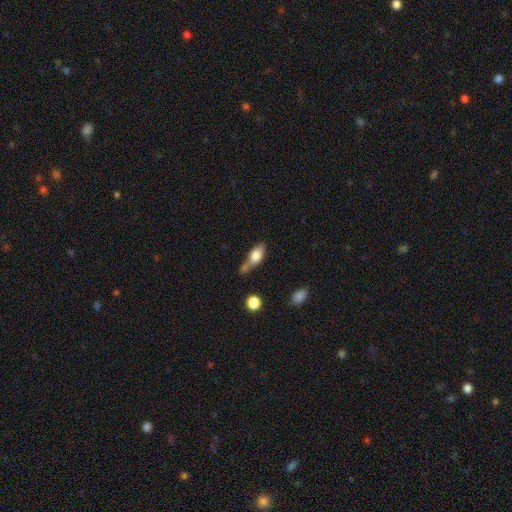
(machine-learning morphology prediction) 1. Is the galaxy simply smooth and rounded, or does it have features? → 72% smooth, 20% featured or disk, 8% star or artifact.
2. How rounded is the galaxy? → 75% in between, 17% cigar-shaped, 8% round.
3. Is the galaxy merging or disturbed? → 32% none, 29% merger, 24% minor disturbance, 14% major disturbance.